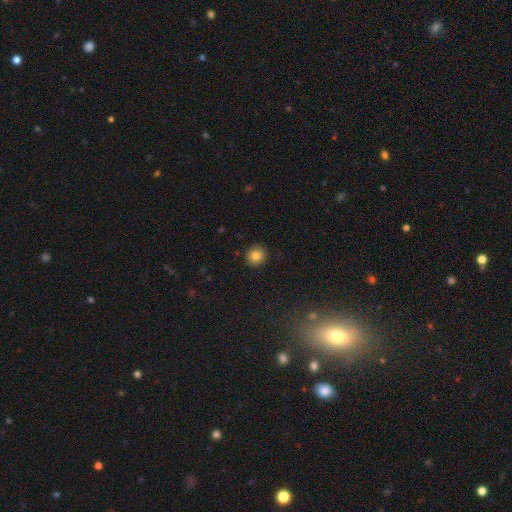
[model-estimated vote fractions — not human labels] Smooth or featured?
  - smooth: 83% *
  - star or artifact: 10%
  - featured or disk: 7%
How rounded?
  - round: 87% *
  - in between: 12%
  - cigar-shaped: 1%
Merging?
  - none: 90% *
  - minor disturbance: 7%
  - major disturbance: 2%
  - merger: 1%